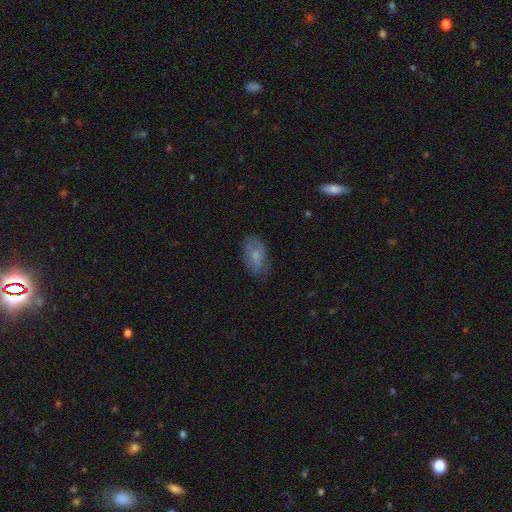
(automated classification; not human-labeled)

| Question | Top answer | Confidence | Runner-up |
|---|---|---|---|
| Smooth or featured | smooth | 67% | featured or disk (26%) |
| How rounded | in between | 91% | round (6%) |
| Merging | none | 66% | minor disturbance (24%) |